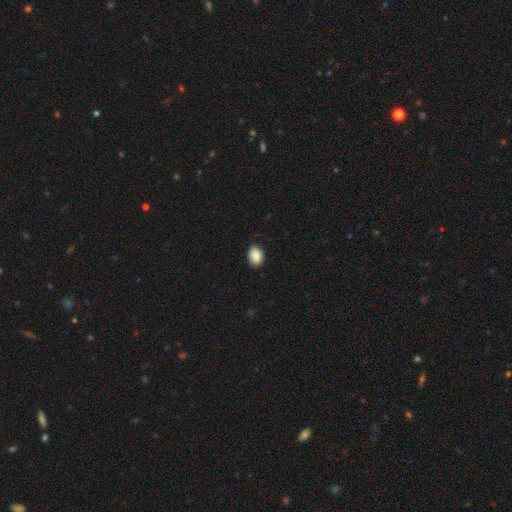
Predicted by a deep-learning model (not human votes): Smooth or featured?
  - smooth: 88% *
  - star or artifact: 7%
  - featured or disk: 5%
How rounded?
  - in between: 78% *
  - round: 21%
  - cigar-shaped: 1%
Merging?
  - none: 84% *
  - minor disturbance: 12%
  - major disturbance: 2%
  - merger: 1%